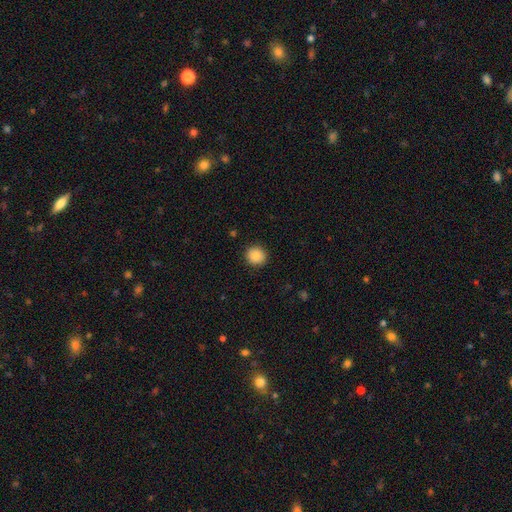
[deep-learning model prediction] smooth_or_featured: smooth (p=0.87) [alt: star or artifact p=0.09]
how_rounded: round (p=0.91) [alt: in between p=0.08]
merging: none (p=0.91) [alt: minor disturbance p=0.06]